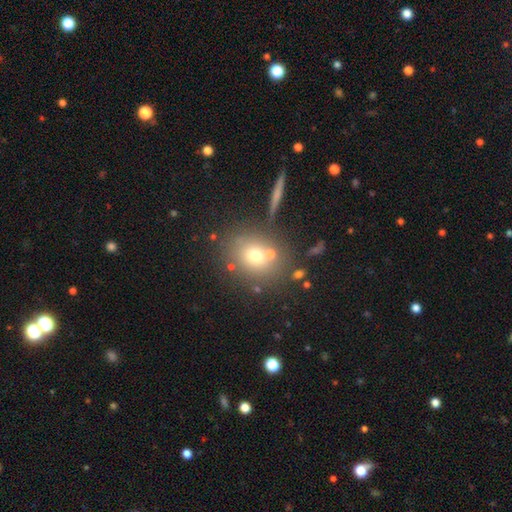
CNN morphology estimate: smooth_or_featured: smooth (p=0.67) [alt: featured or disk p=0.17]
how_rounded: round (p=0.70) [alt: in between p=0.29]
merging: none (p=0.68) [alt: merger p=0.16]